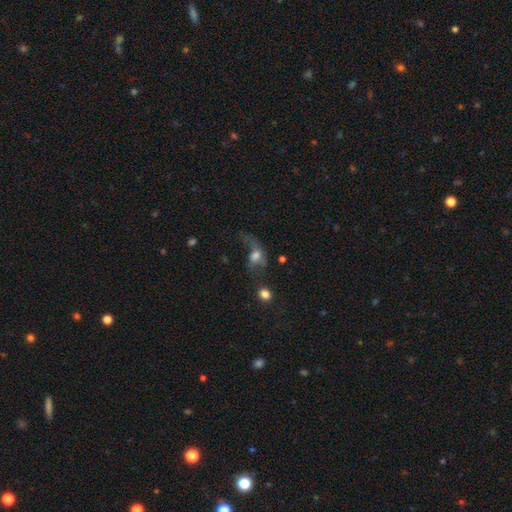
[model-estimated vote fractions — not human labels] smooth_or_featured: smooth (p=0.56) [alt: featured or disk p=0.31]
how_rounded: in between (p=0.64) [alt: round p=0.31]
merging: major disturbance (p=0.51) [alt: none p=0.22]